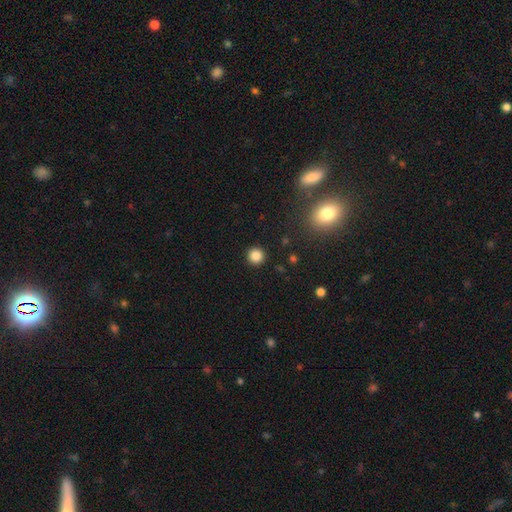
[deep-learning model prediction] Overall: smooth (85%). How rounded: round (95%). Merging: none (92%).